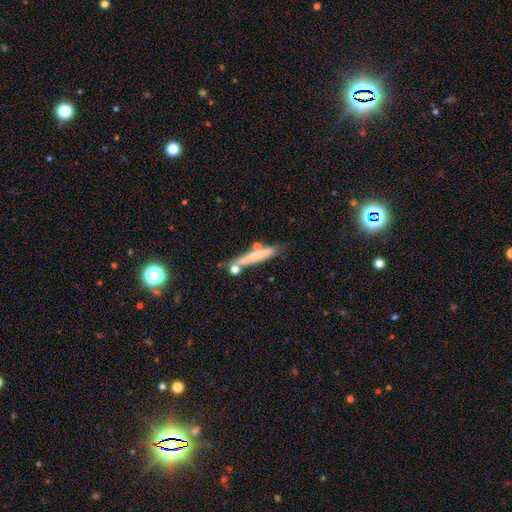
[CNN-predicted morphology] This appears to be a smooth galaxy with no disk features (63%) that is cigar-shaped (92%). Merging: none (67%).